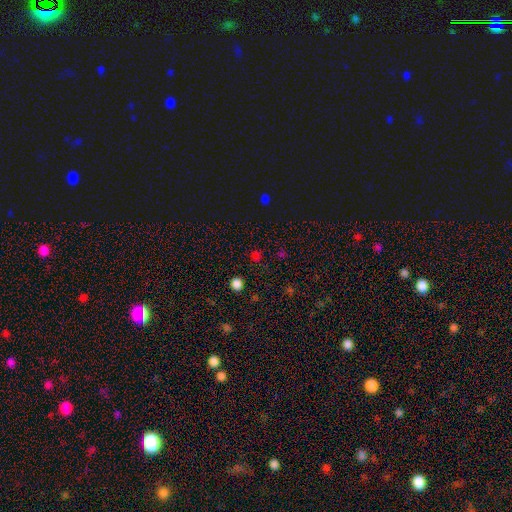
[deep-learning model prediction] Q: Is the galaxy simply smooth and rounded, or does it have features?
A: star or artifact — 47%, tied with smooth.